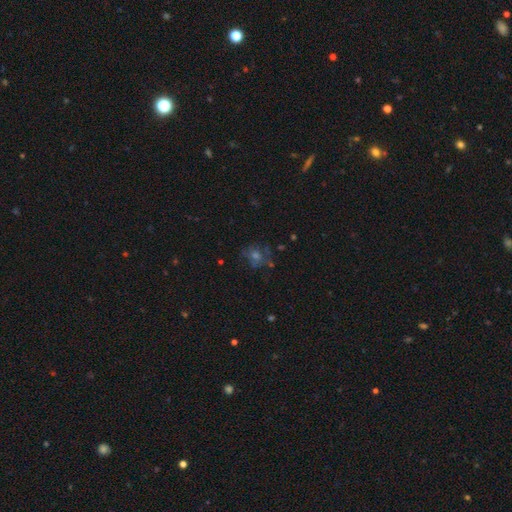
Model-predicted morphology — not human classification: smooth-or-featured: smooth: 37% | featured or disk: 33% | star or artifact: 31%
  merging: none: 68% | minor disturbance: 17% | major disturbance: 11% | merger: 4%